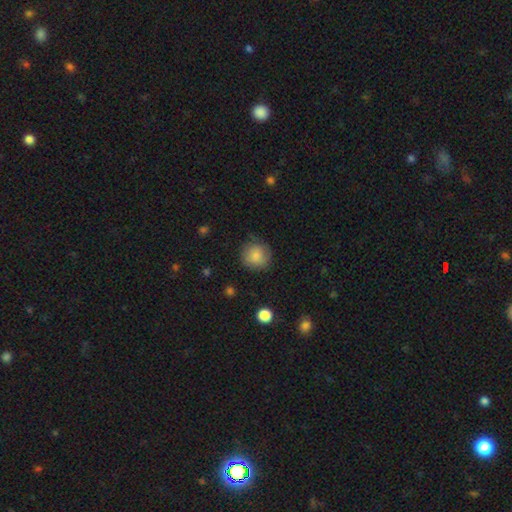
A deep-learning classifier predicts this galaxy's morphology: type=smooth (82%); roundness=round (91%); merging=none (80%).